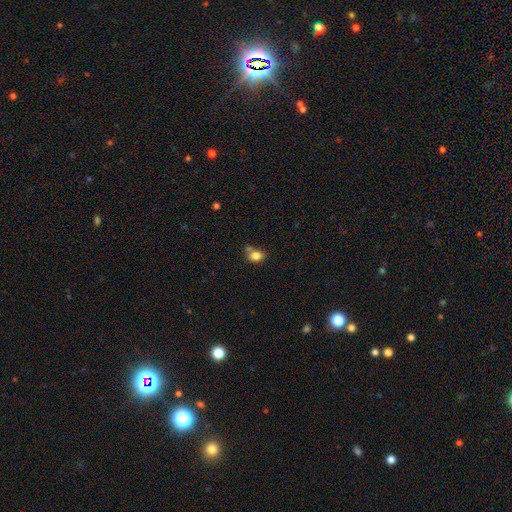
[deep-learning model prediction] smooth 82%, star or artifact 10%, featured or disk 8%. Down the decision tree: how rounded — in between (66%); merging — none (51%).